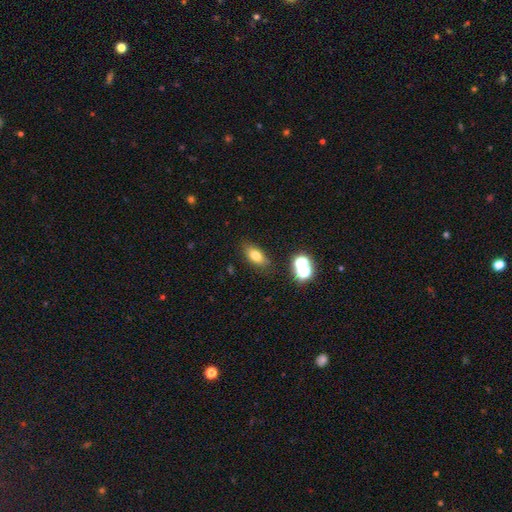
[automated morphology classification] Q: Smooth or featured?
A: smooth (74%); runner-up: star or artifact (13%)
Q: How rounded?
A: in between (81%); runner-up: round (11%)
Q: Merging?
A: none (80%); runner-up: minor disturbance (12%)